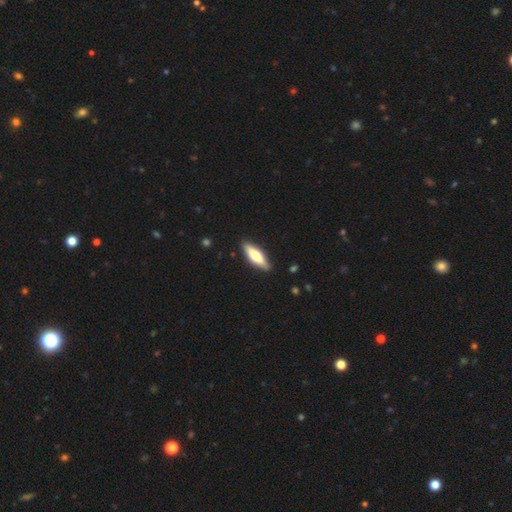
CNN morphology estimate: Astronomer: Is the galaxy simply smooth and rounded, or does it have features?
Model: smooth — 58% (runner-up: featured or disk, 37%).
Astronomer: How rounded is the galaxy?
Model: cigar-shaped — 52% (runner-up: in between, 46%).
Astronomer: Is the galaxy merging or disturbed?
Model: none — 88%.